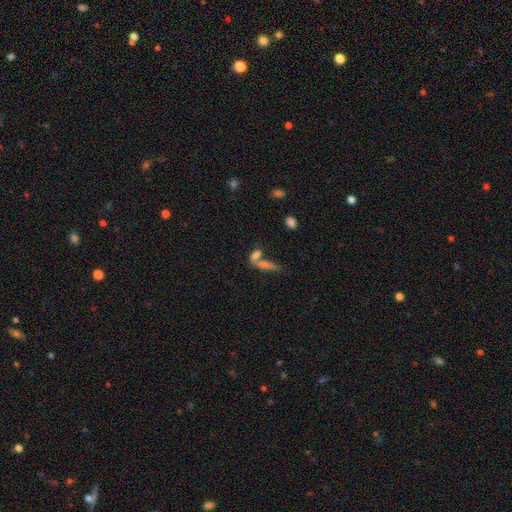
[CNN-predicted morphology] Smooth or featured?
  - smooth: 70% *
  - featured or disk: 18%
  - star or artifact: 12%
How rounded?
  - in between: 56% *
  - cigar-shaped: 37%
  - round: 6%
Merging?
  - merger: 51% *
  - none: 34%
  - minor disturbance: 9%
  - major disturbance: 6%